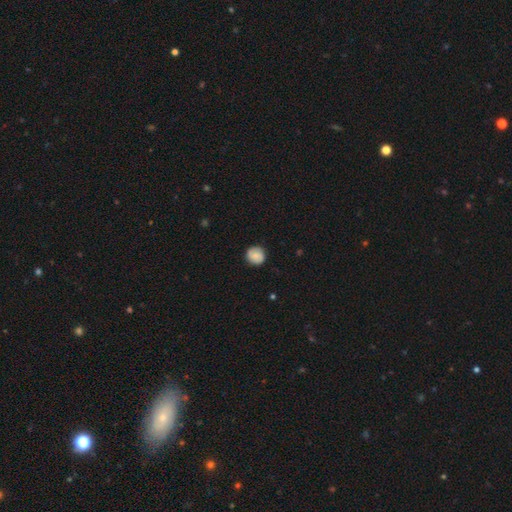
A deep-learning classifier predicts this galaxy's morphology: Overall: smooth (80%). How rounded: round (90%). Merging: none (87%).